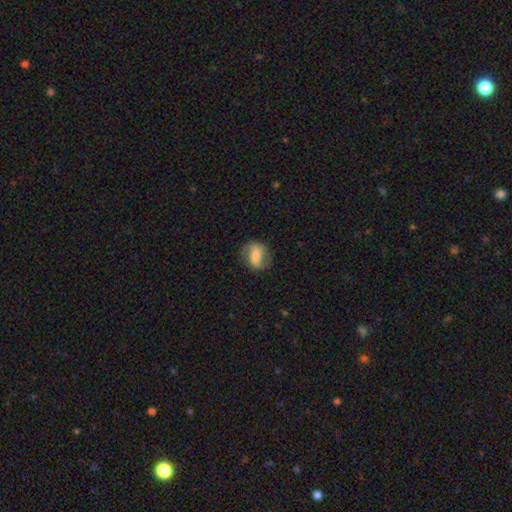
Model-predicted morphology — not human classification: type=smooth (51%); roundness=in between (60%); merging=none (71%).